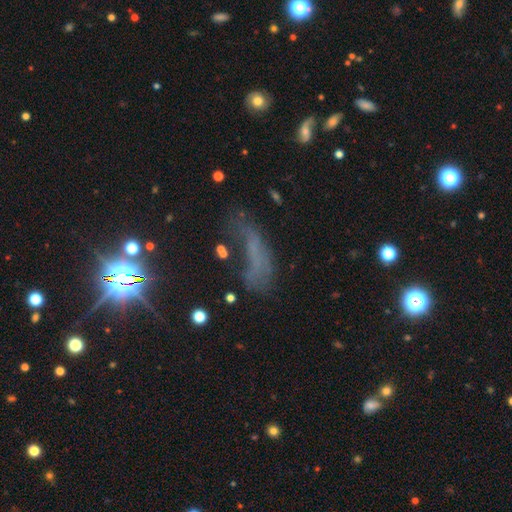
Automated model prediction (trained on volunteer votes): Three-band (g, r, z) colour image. It shows a smooth galaxy with no disk features (42%). Merging: none (39%).